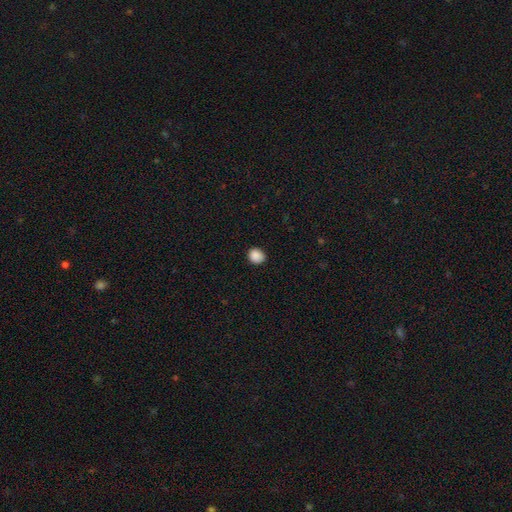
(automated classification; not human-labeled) A smooth galaxy with no disk features (88%) that is round (76%).

Vote fractions:
- Smooth or featured? smooth: 88% / star or artifact: 9% / featured or disk: 2%
- How rounded? round: 76% / in between: 23% / cigar-shaped: 1%
- Merging? none: 90% / minor disturbance: 8% / major disturbance: 2% / merger: 1%